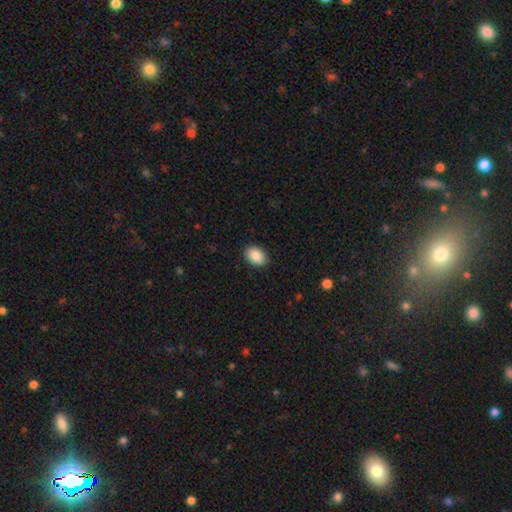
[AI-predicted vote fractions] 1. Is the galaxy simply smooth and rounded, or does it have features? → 90% smooth, 7% star or artifact, 4% featured or disk.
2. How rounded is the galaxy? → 85% in between, 14% round, 1% cigar-shaped.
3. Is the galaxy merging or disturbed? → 90% none, 8% minor disturbance, 2% major disturbance, 1% merger.